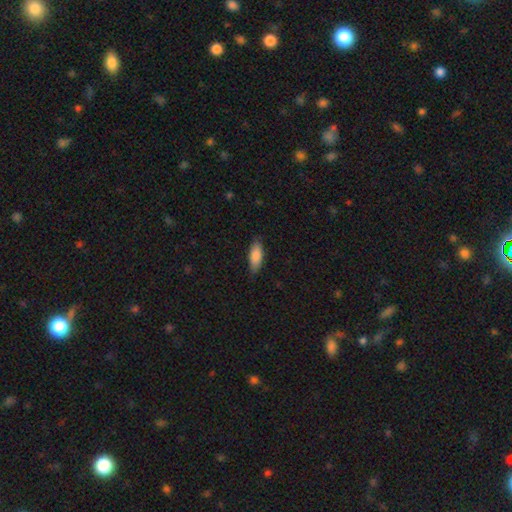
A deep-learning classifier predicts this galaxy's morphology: This is clearly a smooth galaxy (85%). How rounded: likely in between (74%). Merging: clearly none (83%).